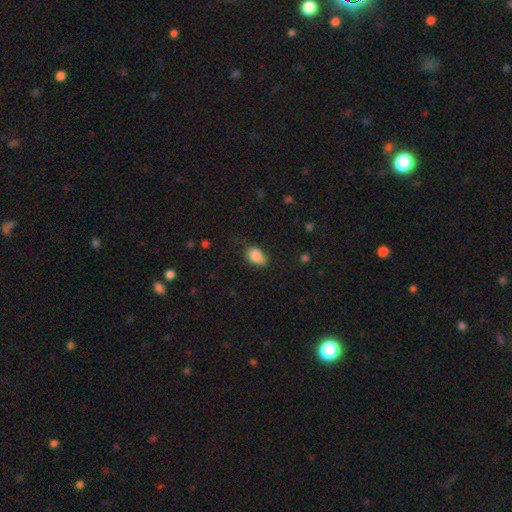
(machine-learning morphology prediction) Q: Smooth or featured?
A: smooth (85%); runner-up: star or artifact (8%)
Q: How rounded?
A: in between (83%); runner-up: round (16%)
Q: Merging?
A: none (54%); runner-up: minor disturbance (35%)